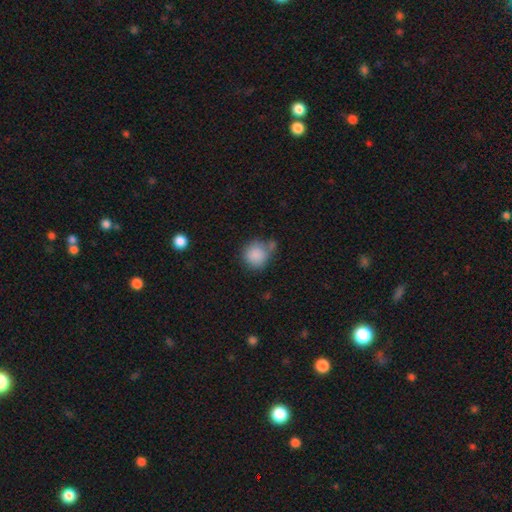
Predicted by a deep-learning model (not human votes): smooth_or_featured: smooth (p=0.86) [alt: star or artifact p=0.08]
how_rounded: round (p=0.88) [alt: in between p=0.11]
merging: none (p=0.56) [alt: minor disturbance p=0.20]